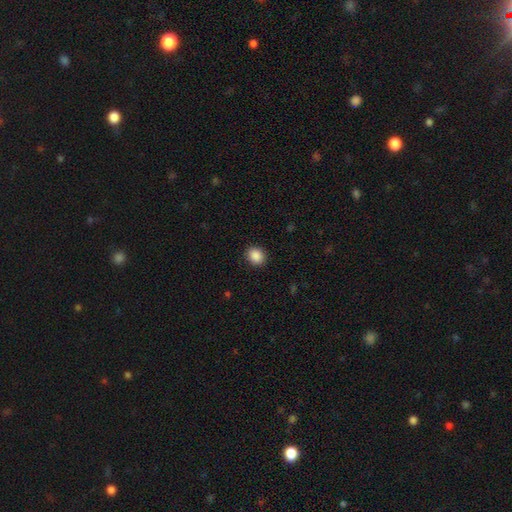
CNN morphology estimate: smooth-or-featured: smooth: 89% | star or artifact: 9% | featured or disk: 3%
  how-rounded: round: 64% | in between: 35% | cigar-shaped: 1%
  merging: none: 90% | minor disturbance: 7% | major disturbance: 2% | merger: 1%